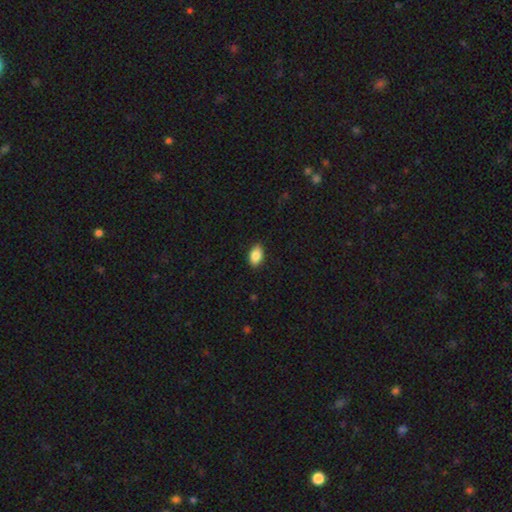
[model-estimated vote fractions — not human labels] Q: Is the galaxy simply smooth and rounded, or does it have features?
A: smooth — 88%.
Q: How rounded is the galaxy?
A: in between — 92%.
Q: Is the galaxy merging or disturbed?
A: none — 89%.